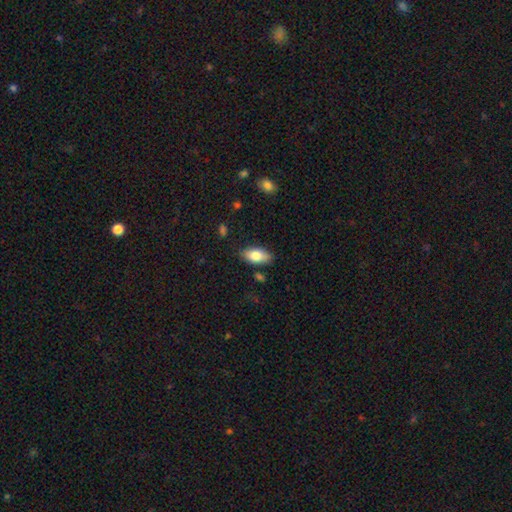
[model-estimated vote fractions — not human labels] Smooth or featured? smooth (80%)
How rounded? in between (92%)
Merging? none (83%)